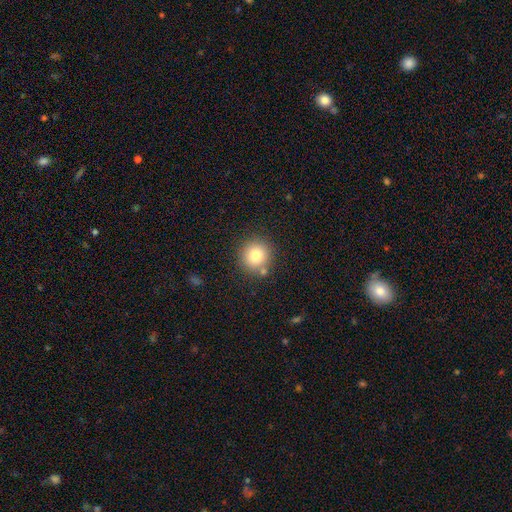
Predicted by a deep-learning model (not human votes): smooth 79%, star or artifact 11%, featured or disk 9%. Down the decision tree: how rounded — round (93%); merging — none (81%).